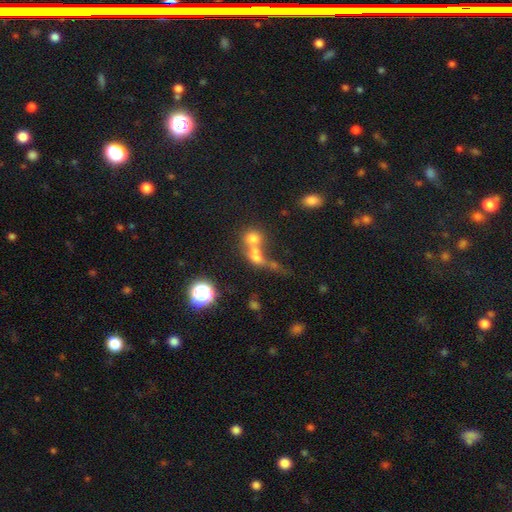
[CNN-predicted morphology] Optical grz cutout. It shows a smooth galaxy with no disk features (57%) that is round (58%). Merging: merger (64%).